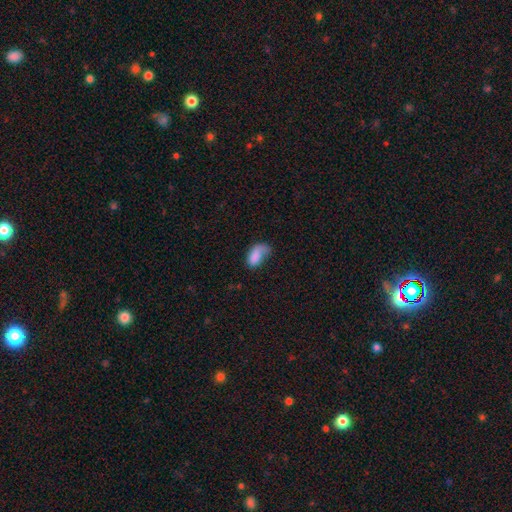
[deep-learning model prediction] Smooth or featured? smooth (77%)
How rounded? in between (92%)
Merging? none (33%)